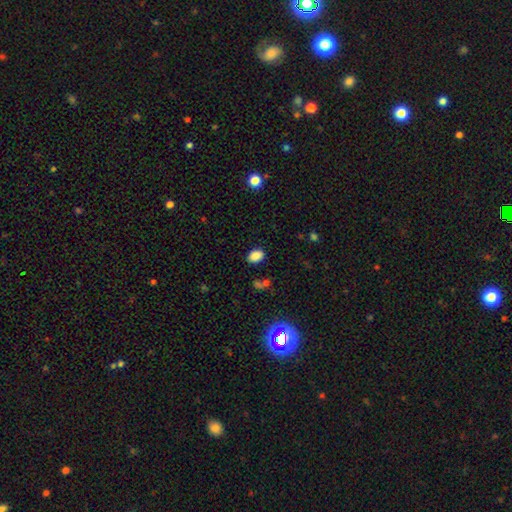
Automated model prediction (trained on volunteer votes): smooth-or-featured: smooth: 85% | star or artifact: 11% | featured or disk: 4%
  how-rounded: in between: 84% | round: 15% | cigar-shaped: 1%
  merging: none: 82% | minor disturbance: 11% | major disturbance: 3% | merger: 3%